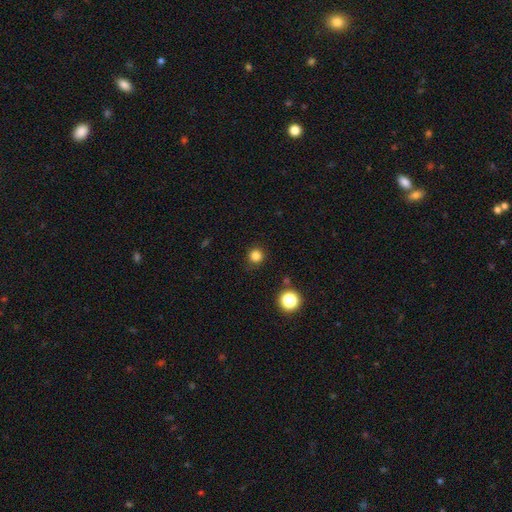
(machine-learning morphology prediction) Overall: smooth (81%). How rounded: round (94%). Merging: none (88%).